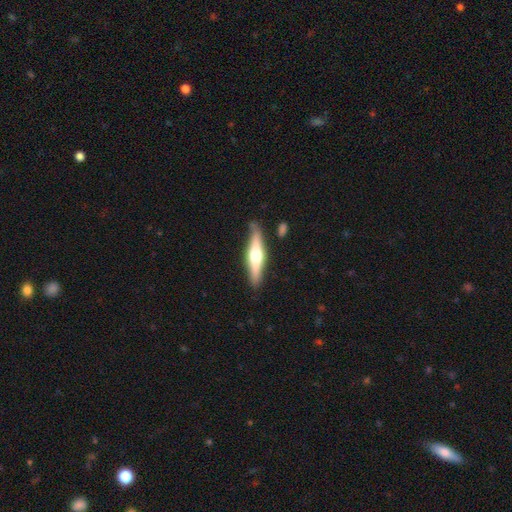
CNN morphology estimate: A featured or disk galaxy (59%) viewed edge-on (95%) with a rounded central bulge (90%).

Vote fractions:
- Smooth or featured? featured or disk: 59% / smooth: 35% / star or artifact: 5%
- Edge-on disk? yes: 95% / no: 5%
- Edge-on bulge? rounded: 90% / boxy: 6% / none: 4%
- Merging? none: 82% / minor disturbance: 13% / major disturbance: 3% / merger: 2%